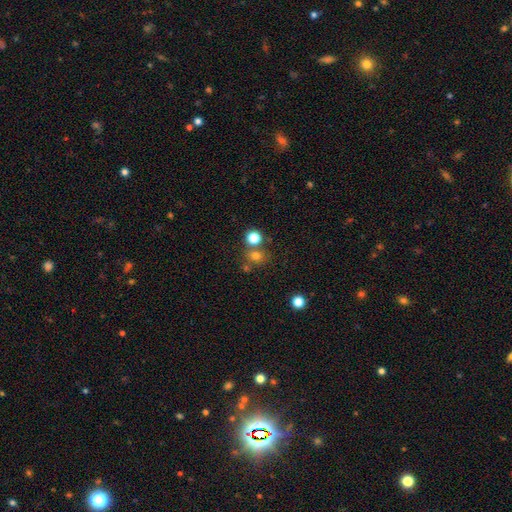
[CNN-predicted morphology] smooth 72%, star or artifact 20%, featured or disk 8%. Down the decision tree: how rounded — round (85%); merging — none (66%).